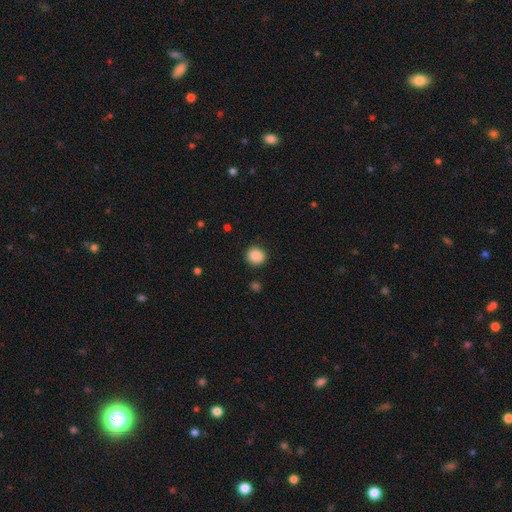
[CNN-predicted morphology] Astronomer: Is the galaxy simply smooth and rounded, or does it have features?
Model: smooth — 88%.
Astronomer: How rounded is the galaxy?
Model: round — 87%.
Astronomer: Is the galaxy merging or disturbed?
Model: none — 89%.